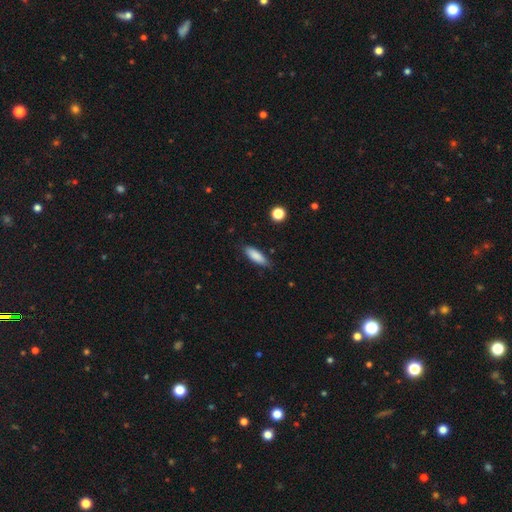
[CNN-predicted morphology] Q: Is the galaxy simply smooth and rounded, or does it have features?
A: smooth — 85%.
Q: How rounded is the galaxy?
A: in between — 51%.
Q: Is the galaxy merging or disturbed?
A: none — 80%.